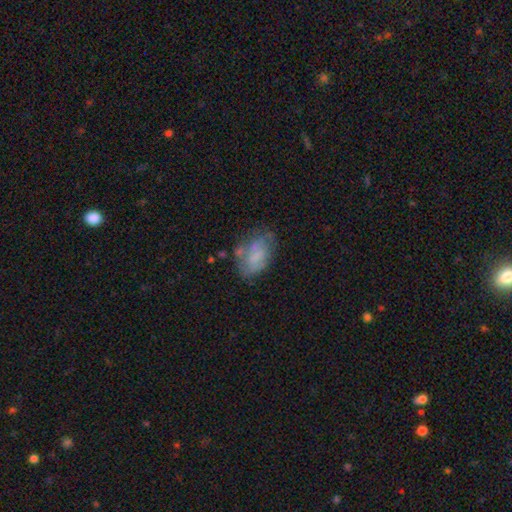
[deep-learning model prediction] This is possibly a smooth galaxy (51%). How rounded: clearly in between (89%). Merging: possibly none (46%).